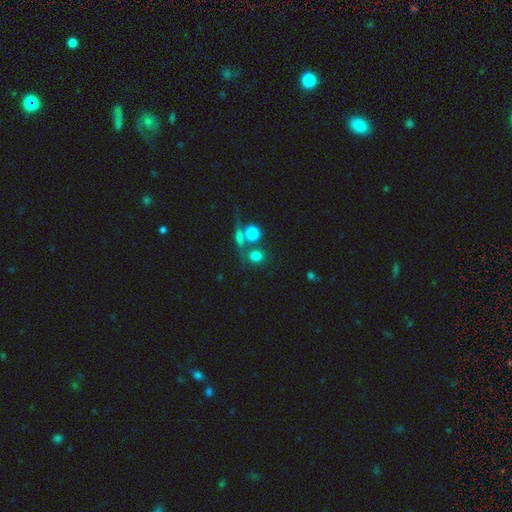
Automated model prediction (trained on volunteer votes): A smooth galaxy with no disk features (74%) that is round (81%).

Vote fractions:
- Smooth or featured? smooth: 74% / star or artifact: 14% / featured or disk: 12%
- How rounded? round: 81% / in between: 17% / cigar-shaped: 3%
- Merging? none: 61% / merger: 24% / minor disturbance: 9% / major disturbance: 5%